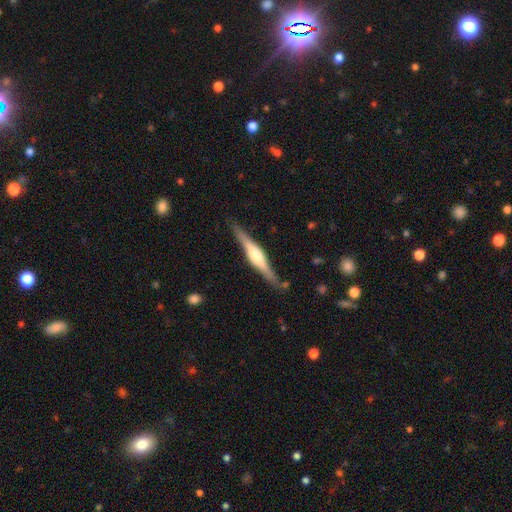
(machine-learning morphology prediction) type=featured or disk (71%); edge-on=yes (97%); edge-on bulge=rounded (86%); merging=none (85%).